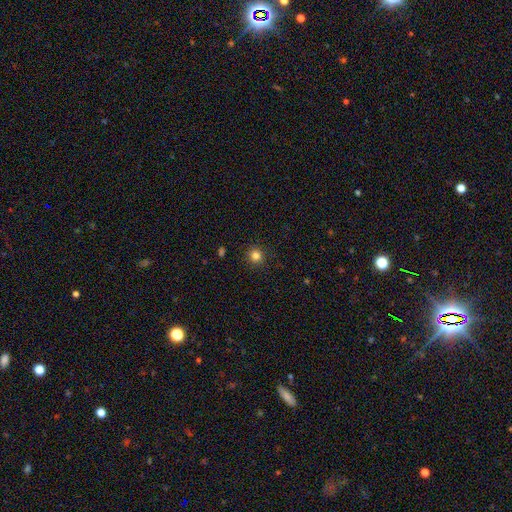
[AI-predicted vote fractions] The model was most divided on "smooth or featured": smooth: 82%, star or artifact: 13%, featured or disk: 5%. More confident: how rounded — round (93%); merging — none (92%).